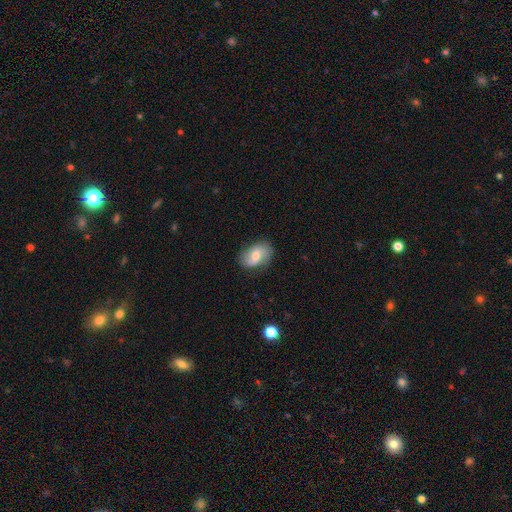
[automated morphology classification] Overall: featured or disk (56%; smooth 37%). Edge-on disk: no (96%). Bar: no (48%; weak 42%). Spiral arms: yes (88%). Bulge size: moderate (61%; small 31%). Merging: none (78%).